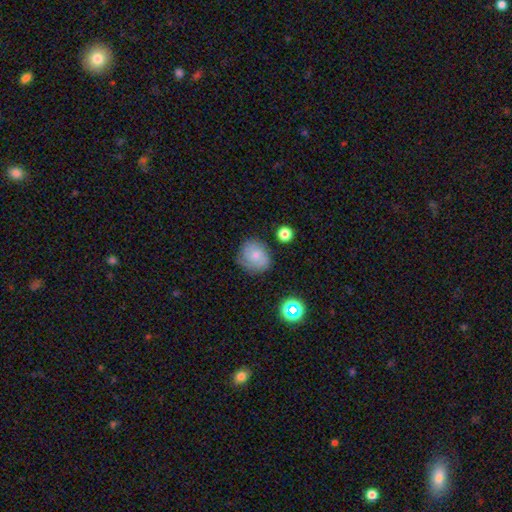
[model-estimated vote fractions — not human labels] Smooth or featured? Predicted: smooth (p=0.64). How rounded? Predicted: round (p=0.73). Merging? Predicted: none (p=0.69).